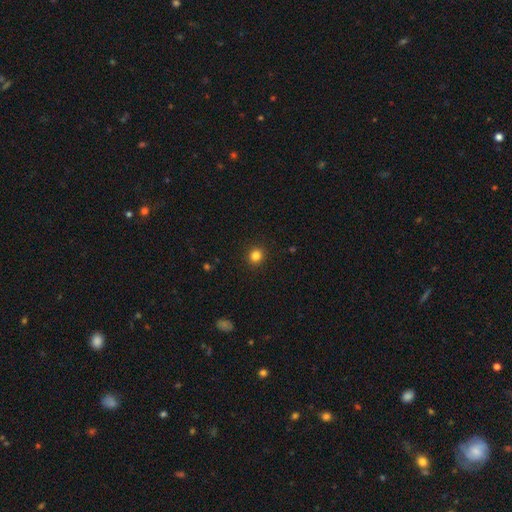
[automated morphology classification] type=smooth (83%); roundness=round (89%); merging=none (92%).